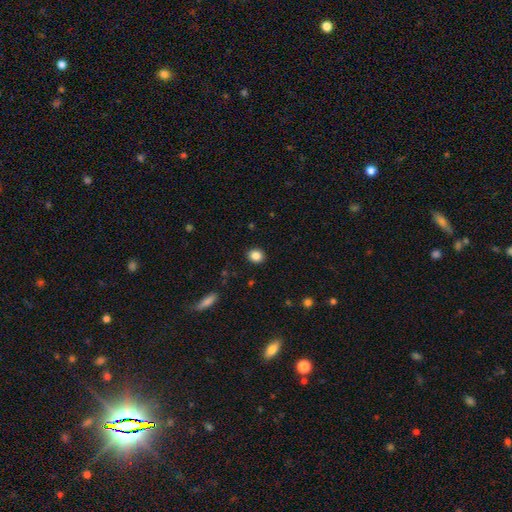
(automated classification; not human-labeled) smooth_or_featured: smooth (p=0.86) [alt: star or artifact p=0.10]
how_rounded: round (p=0.74) [alt: in between p=0.25]
merging: none (p=0.91) [alt: minor disturbance p=0.06]